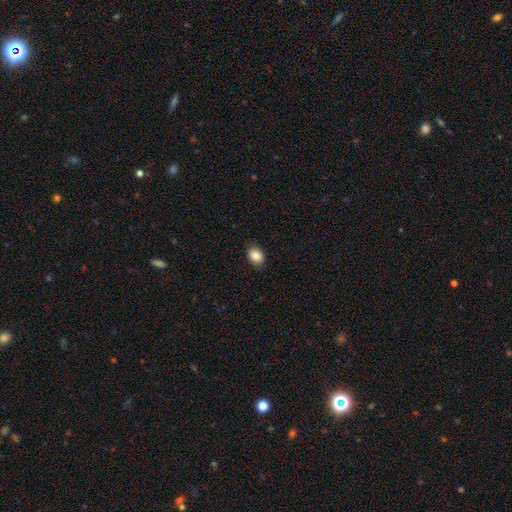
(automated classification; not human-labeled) Smooth or featured?
  - smooth: 87% *
  - star or artifact: 9%
  - featured or disk: 5%
How rounded?
  - in between: 68% *
  - round: 31%
  - cigar-shaped: 1%
Merging?
  - none: 88% *
  - minor disturbance: 9%
  - major disturbance: 2%
  - merger: 1%